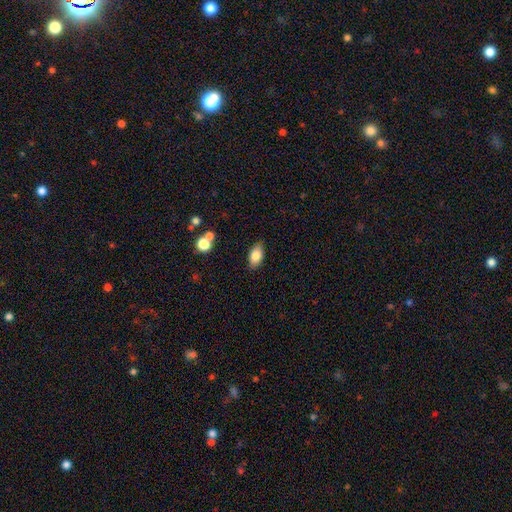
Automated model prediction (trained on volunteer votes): A smooth galaxy with no disk features (82%) that is in between round and cigar-shaped (91%).

Vote fractions:
- Smooth or featured? smooth: 82% / featured or disk: 10% / star or artifact: 8%
- How rounded? in between: 91% / round: 5% / cigar-shaped: 4%
- Merging? none: 85% / minor disturbance: 10% / major disturbance: 2% / merger: 2%